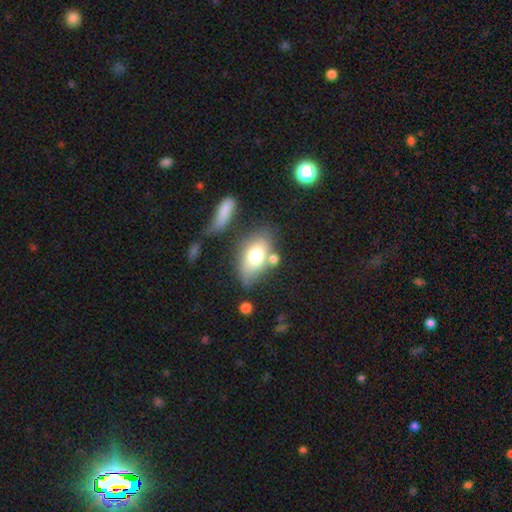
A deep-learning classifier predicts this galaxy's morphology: Smooth or featured? smooth (70%)
How rounded? in between (87%)
Merging? none (58%)